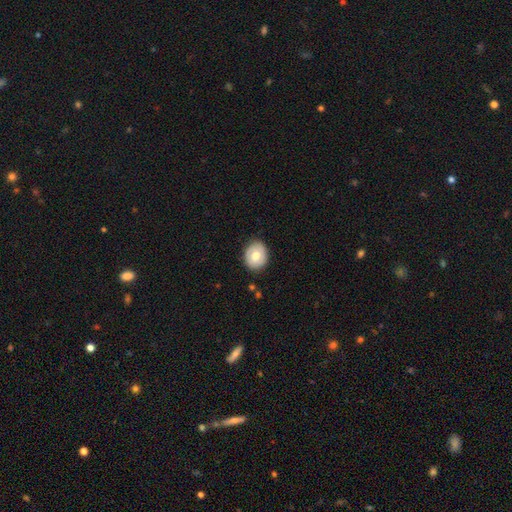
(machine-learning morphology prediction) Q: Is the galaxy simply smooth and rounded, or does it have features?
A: smooth — 69%.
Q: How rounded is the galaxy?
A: round — 60%.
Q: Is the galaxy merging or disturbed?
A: none — 85%.